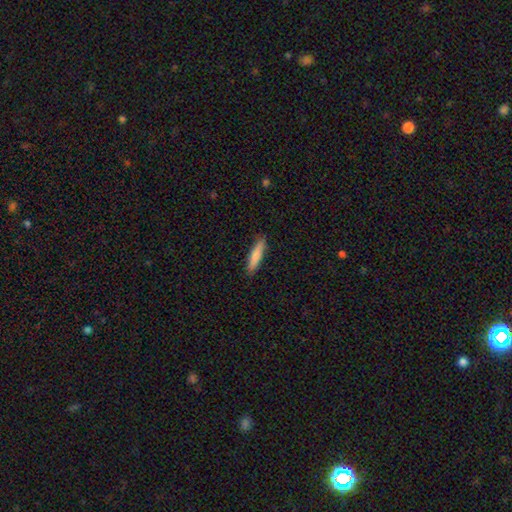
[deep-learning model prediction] smooth-or-featured: smooth: 81% | featured or disk: 13% | star or artifact: 6%
  how-rounded: cigar-shaped: 84% | in between: 14% | round: 1%
  merging: none: 88% | minor disturbance: 9% | major disturbance: 2% | merger: 1%